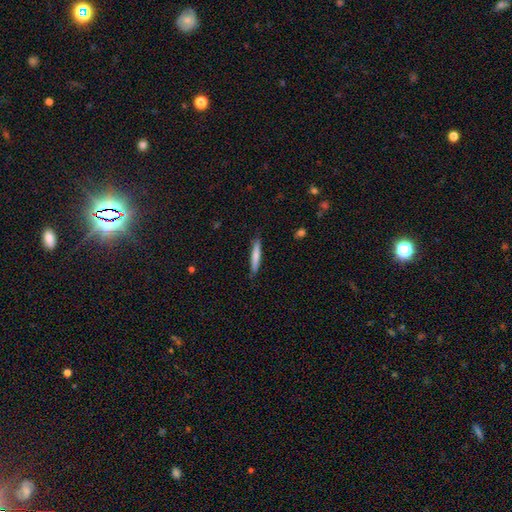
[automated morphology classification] The model was most divided on "smooth or featured": smooth: 75%, featured or disk: 19%, star or artifact: 6%. More confident: how rounded — cigar-shaped (93%); merging — none (86%).